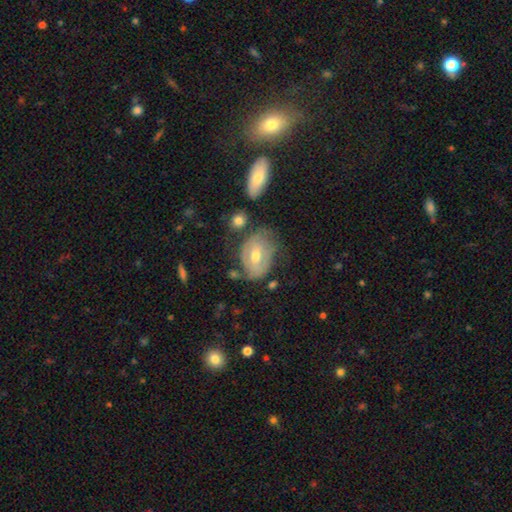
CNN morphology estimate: A featured or disk galaxy (59%) with no bar (50%), spiral arms (67%) and a moderate central bulge (70%). Merging: none (53%).